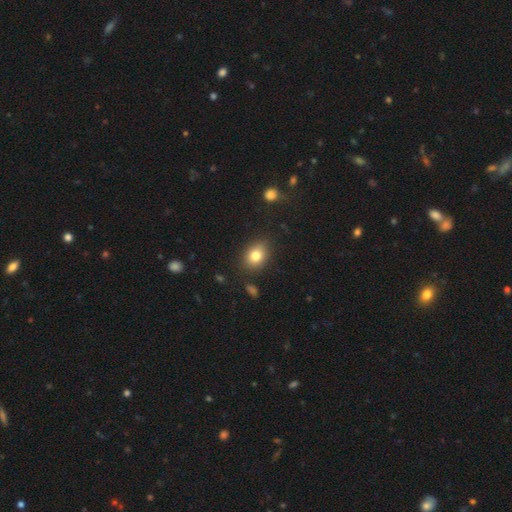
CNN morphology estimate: smooth 81%, star or artifact 10%, featured or disk 10%. Down the decision tree: how rounded — in between (62%); merging — none (83%).